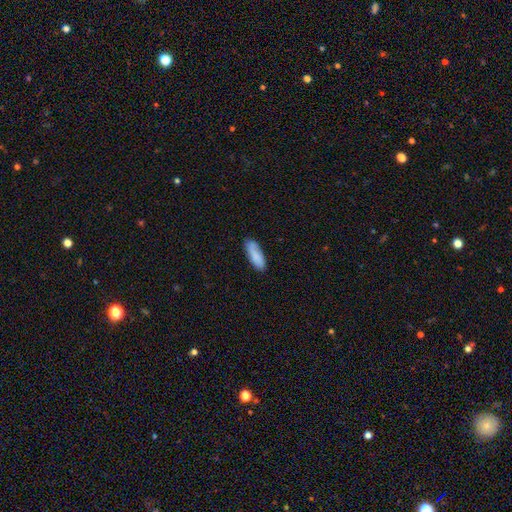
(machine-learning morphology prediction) A smooth galaxy with no disk features (84%) that is in between round and cigar-shaped (61%).

Vote fractions:
- Smooth or featured? smooth: 84% / featured or disk: 10% / star or artifact: 6%
- How rounded? in between: 61% / cigar-shaped: 37% / round: 2%
- Merging? none: 83% / minor disturbance: 13% / major disturbance: 2% / merger: 1%